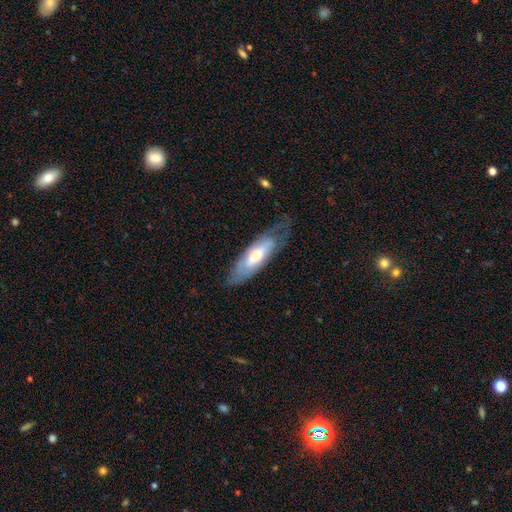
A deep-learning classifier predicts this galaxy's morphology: This is possibly a featured or disk galaxy (51%). It is likely not viewed edge-on (68%). Merging: likely none (64%).